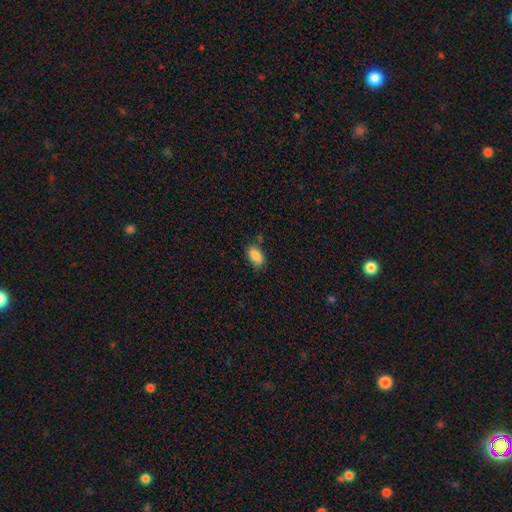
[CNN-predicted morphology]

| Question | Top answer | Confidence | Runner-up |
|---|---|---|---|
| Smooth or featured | smooth | 87% | star or artifact (7%) |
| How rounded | in between | 92% | cigar-shaped (5%) |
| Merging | none | 76% | minor disturbance (17%) |